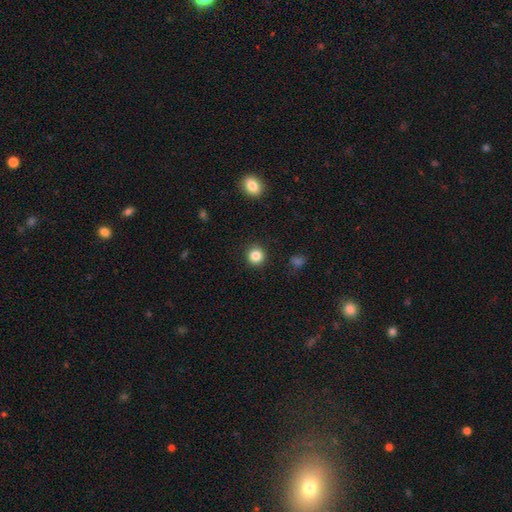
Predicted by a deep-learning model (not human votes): A smooth galaxy with no disk features (85%) that is round (93%).

Vote fractions:
- Smooth or featured? smooth: 85% / star or artifact: 11% / featured or disk: 4%
- How rounded? round: 93% / in between: 6% / cigar-shaped: 1%
- Merging? none: 91% / minor disturbance: 5% / major disturbance: 2% / merger: 1%